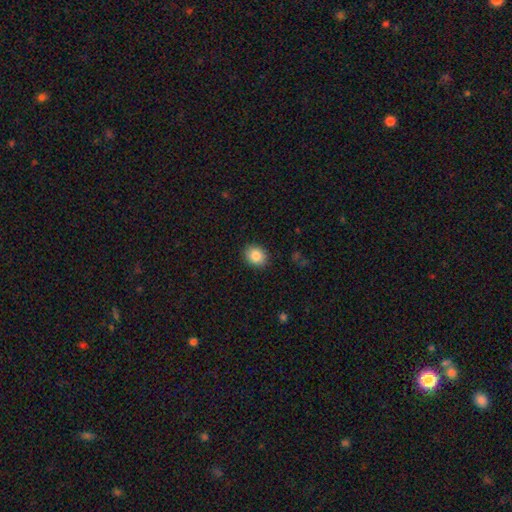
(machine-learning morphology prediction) The model was most divided on "how rounded": round: 61%, in between: 38%, cigar-shaped: 1%. More confident: merging — none (89%); smooth or featured — smooth (86%).